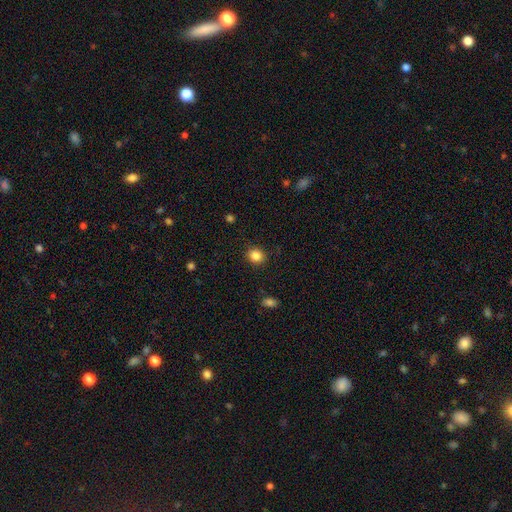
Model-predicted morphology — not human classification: Smooth or featured: smooth — 85% (star or artifact — 10%)
How rounded: round — 79% (in between — 20%)
Merging: none — 88% (minor disturbance — 9%)